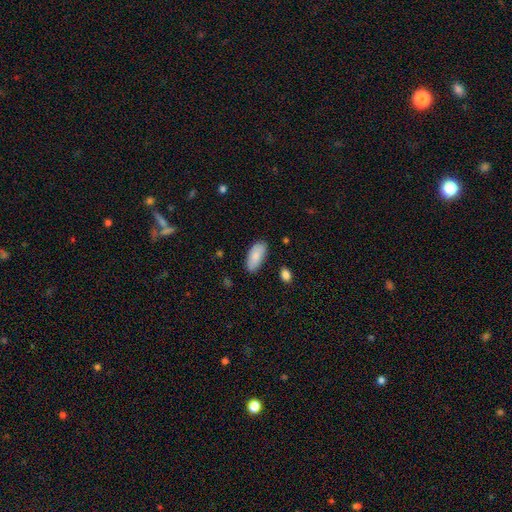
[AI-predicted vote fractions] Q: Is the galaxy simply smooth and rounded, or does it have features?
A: smooth — 86%.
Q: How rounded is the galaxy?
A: in between — 89%.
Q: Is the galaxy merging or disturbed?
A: none — 83%.